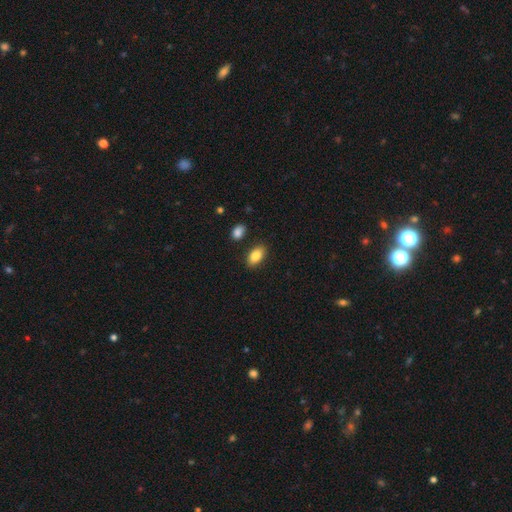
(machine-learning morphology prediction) A smooth galaxy with no disk features (85%) that is in between round and cigar-shaped (92%). Merging: none (86%).